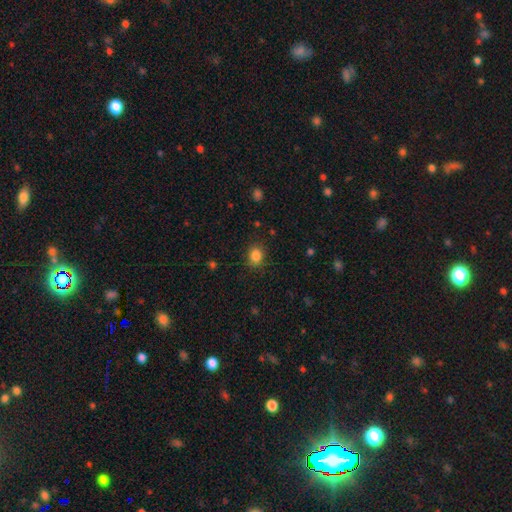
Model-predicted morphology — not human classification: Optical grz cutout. It shows a smooth galaxy with no disk features (85%) that is round (54%). Merging: none (85%).